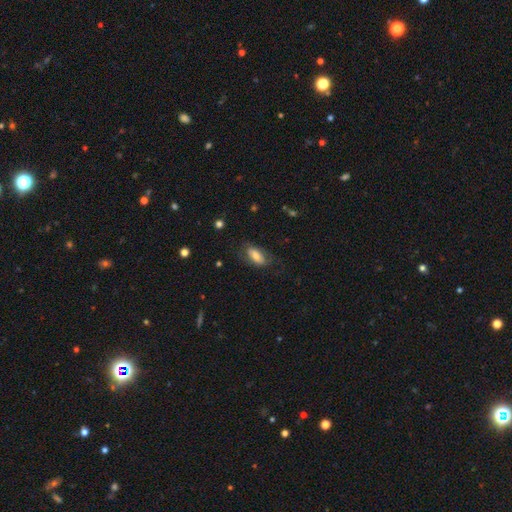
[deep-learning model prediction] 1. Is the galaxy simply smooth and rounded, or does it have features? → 67% smooth, 26% featured or disk, 7% star or artifact.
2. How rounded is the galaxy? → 85% in between, 11% cigar-shaped, 3% round.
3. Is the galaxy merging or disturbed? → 62% none, 22% minor disturbance, 15% major disturbance, 1% merger.